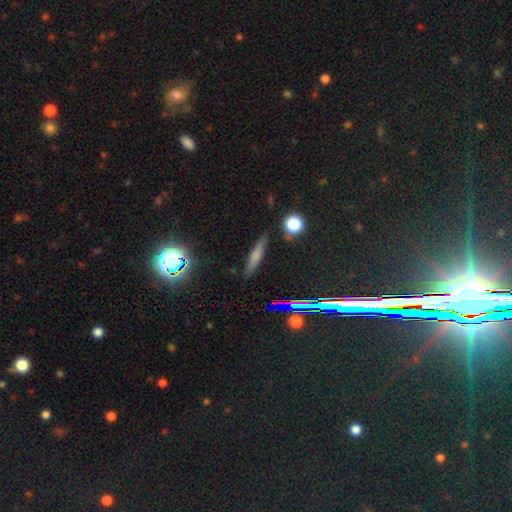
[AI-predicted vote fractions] Morphology: type=smooth (62%); roundness=cigar-shaped (86%); merging=none (86%).